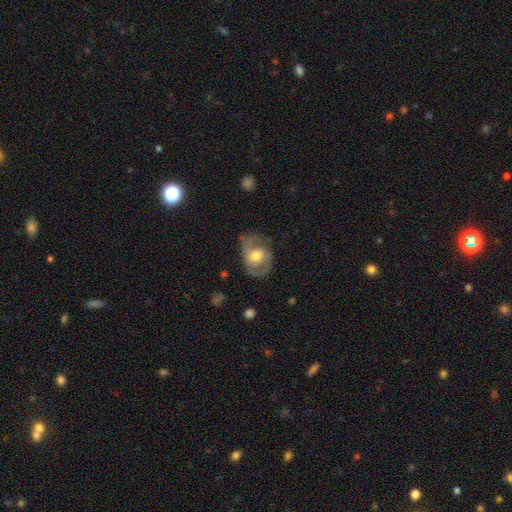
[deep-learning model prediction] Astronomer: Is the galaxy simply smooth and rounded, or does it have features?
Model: featured or disk — 80%.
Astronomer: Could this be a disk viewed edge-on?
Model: no — 97%.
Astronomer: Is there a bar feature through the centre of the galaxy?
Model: no — 50% (runner-up: weak, 38%).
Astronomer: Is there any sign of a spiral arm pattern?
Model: yes — 90%.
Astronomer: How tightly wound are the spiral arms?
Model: medium — 52%.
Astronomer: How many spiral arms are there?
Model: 2 — 86%.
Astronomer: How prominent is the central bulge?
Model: moderate — 69%.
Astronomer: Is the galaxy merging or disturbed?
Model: none — 69%.